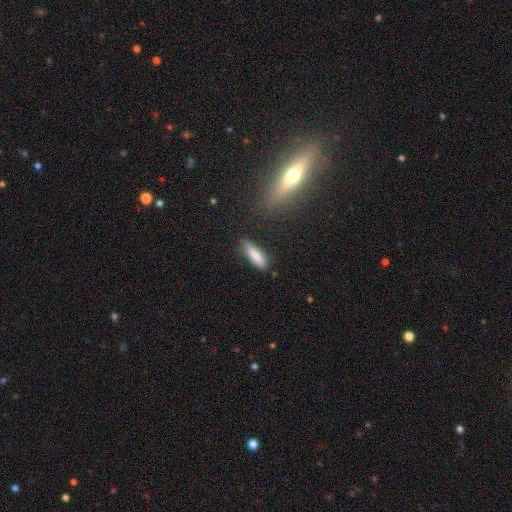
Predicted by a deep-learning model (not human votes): Smooth or featured?
  - smooth: 85% *
  - featured or disk: 9%
  - star or artifact: 6%
How rounded?
  - cigar-shaped: 65% *
  - in between: 33%
  - round: 2%
Merging?
  - none: 78% *
  - minor disturbance: 16%
  - major disturbance: 4%
  - merger: 2%